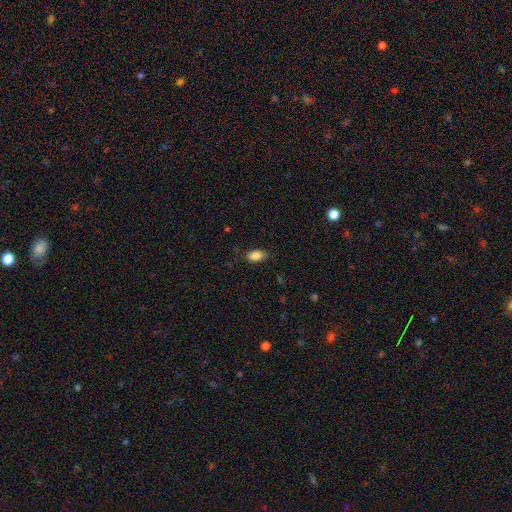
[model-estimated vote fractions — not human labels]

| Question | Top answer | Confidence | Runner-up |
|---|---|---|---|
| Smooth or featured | smooth | 85% | star or artifact (8%) |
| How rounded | in between | 90% | round (6%) |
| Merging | none | 81% | minor disturbance (14%) |